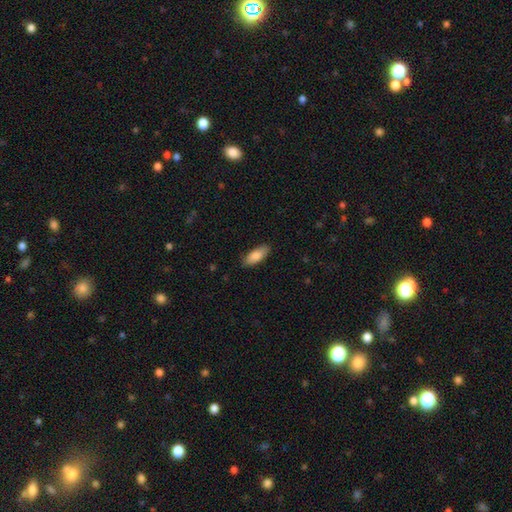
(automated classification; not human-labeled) A smooth galaxy with no disk features (86%) that is in between round and cigar-shaped (77%). Merging: none (86%).